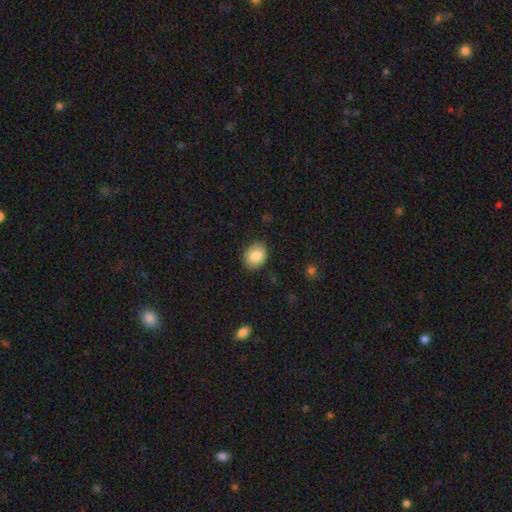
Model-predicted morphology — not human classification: Smooth or featured: smooth — 86% (star or artifact — 8%)
How rounded: in between — 57% (round — 42%)
Merging: none — 86% (minor disturbance — 10%)